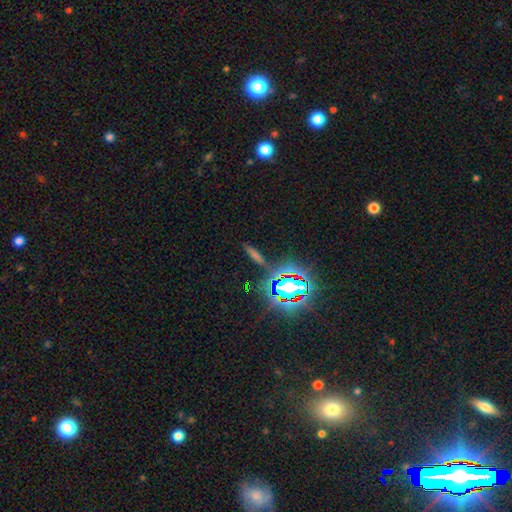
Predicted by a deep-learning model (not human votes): This is marginally a smooth galaxy (40%, tied with star or artifact). Merging: clearly none (83%).